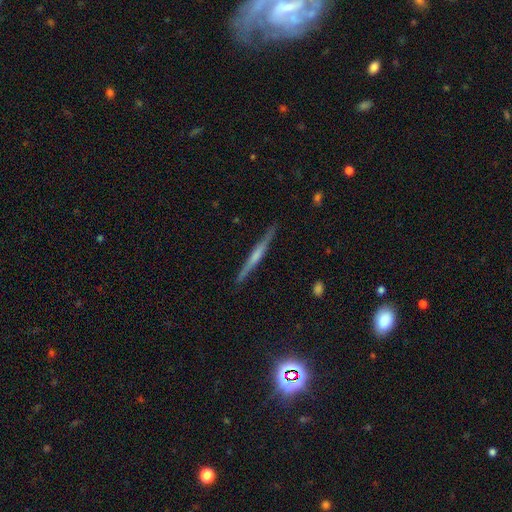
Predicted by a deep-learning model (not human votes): Smooth or featured? featured or disk (65%)
Edge-on disk? yes (96%)
Edge-on bulge? rounded (65%)
Merging? none (89%)